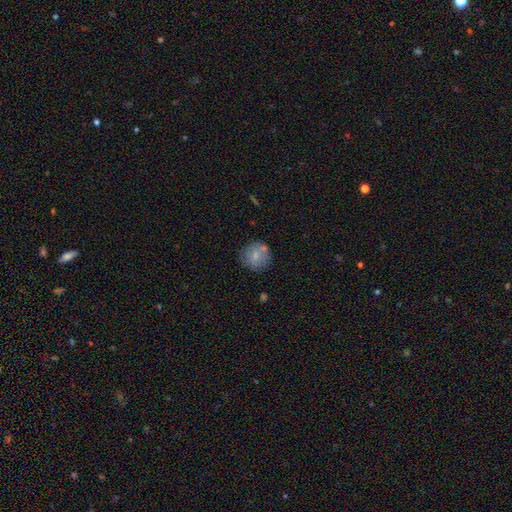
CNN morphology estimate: smooth 72%, featured or disk 20%, star or artifact 8%. Down the decision tree: how rounded — round (90%); merging — none (70%).